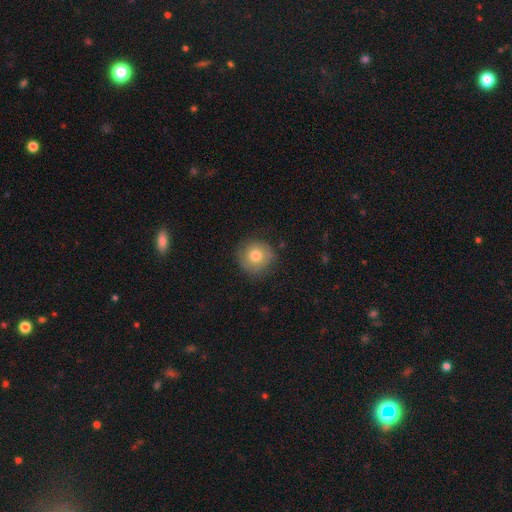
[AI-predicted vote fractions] Smooth or featured?
  - smooth: 70% *
  - featured or disk: 21%
  - star or artifact: 9%
How rounded?
  - round: 93% *
  - in between: 6%
  - cigar-shaped: 1%
Merging?
  - none: 79% *
  - minor disturbance: 15%
  - major disturbance: 5%
  - merger: 1%